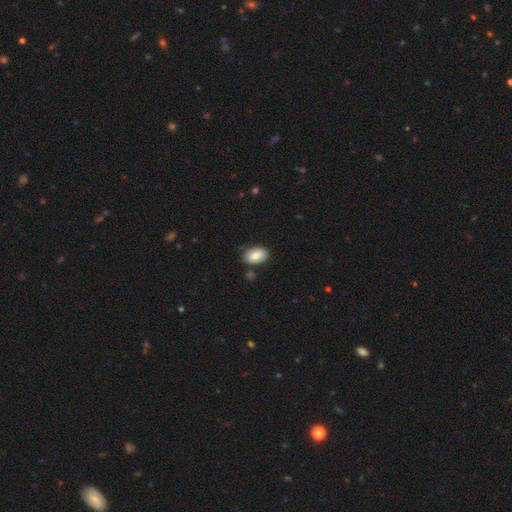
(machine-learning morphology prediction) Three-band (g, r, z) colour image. It shows a smooth galaxy with no disk features (79%) that is in between round and cigar-shaped (92%). Merging: none (75%).